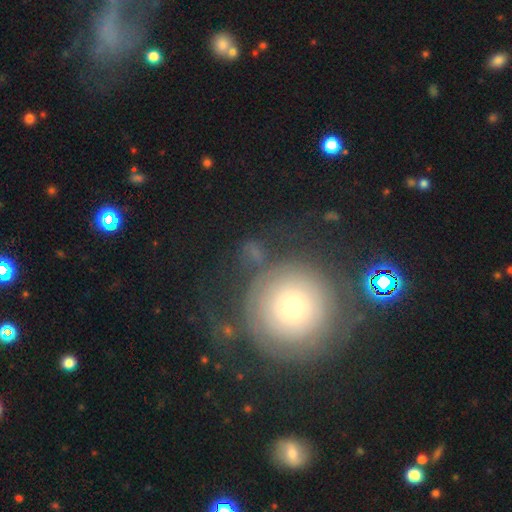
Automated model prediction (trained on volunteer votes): Smooth or featured: smooth — 48% (featured or disk — 37%)
Merging: none — 66% (major disturbance — 14%)